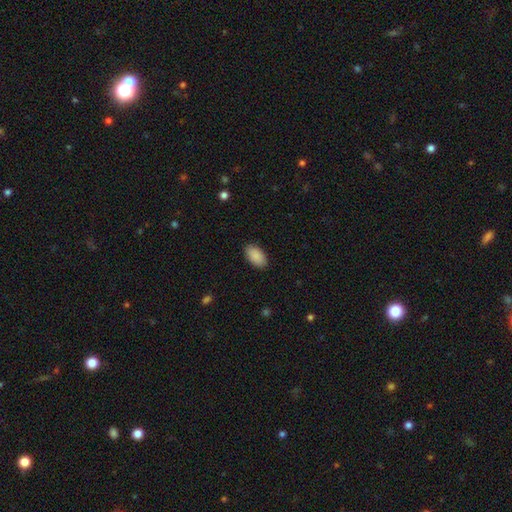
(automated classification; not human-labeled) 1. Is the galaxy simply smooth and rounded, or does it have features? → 90% smooth, 7% star or artifact, 4% featured or disk.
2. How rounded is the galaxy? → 95% in between, 3% round, 2% cigar-shaped.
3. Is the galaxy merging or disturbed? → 88% none, 9% minor disturbance, 2% major disturbance, 1% merger.